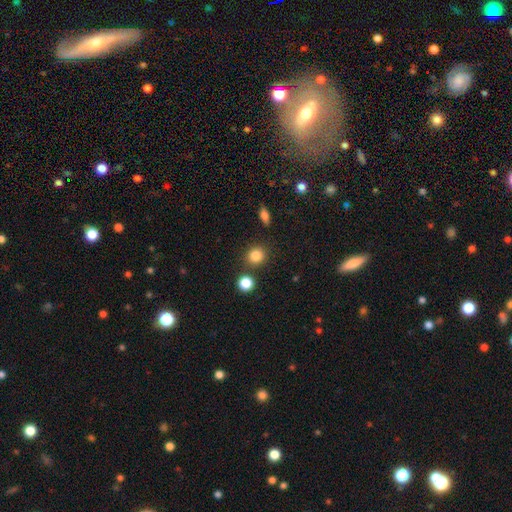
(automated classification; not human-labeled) smooth-or-featured: smooth: 84% | star or artifact: 11% | featured or disk: 5%
  how-rounded: round: 84% | in between: 15% | cigar-shaped: 1%
  merging: none: 82% | minor disturbance: 8% | merger: 7% | major disturbance: 3%